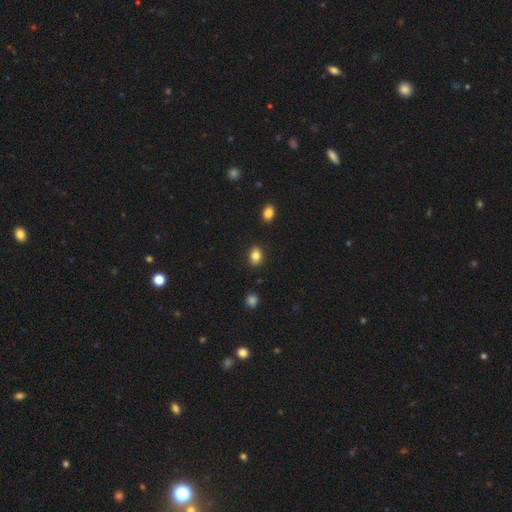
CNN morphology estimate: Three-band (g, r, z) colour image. It shows a smooth galaxy with no disk features (84%) that is in between round and cigar-shaped (69%). Merging: none (87%).